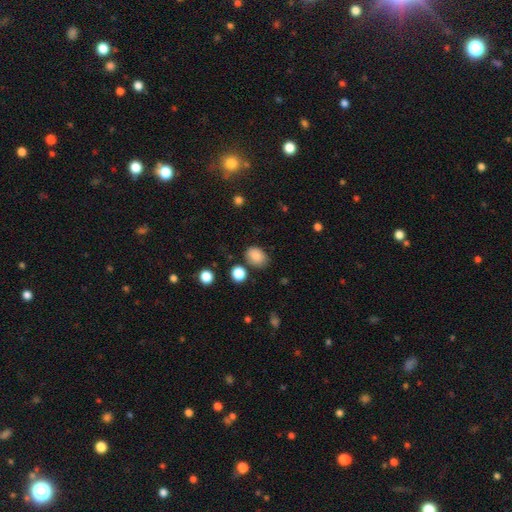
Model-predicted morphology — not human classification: Smooth or featured: smooth — 85% (star or artifact — 10%)
How rounded: in between — 70% (round — 29%)
Merging: none — 77% (minor disturbance — 15%)